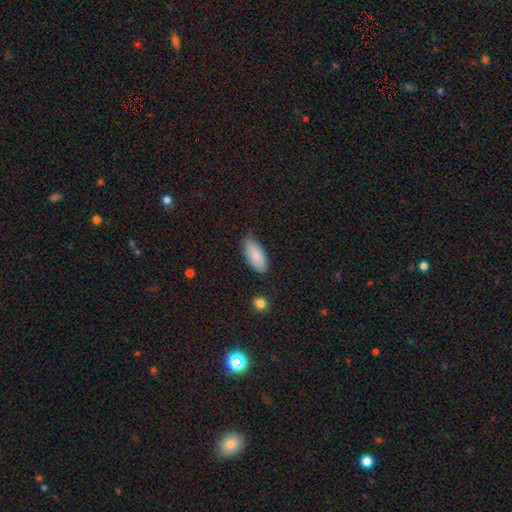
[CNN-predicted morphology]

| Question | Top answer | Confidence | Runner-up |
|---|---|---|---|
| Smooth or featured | smooth | 86% | featured or disk (8%) |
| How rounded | in between | 88% | cigar-shaped (11%) |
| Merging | none | 74% | minor disturbance (21%) |